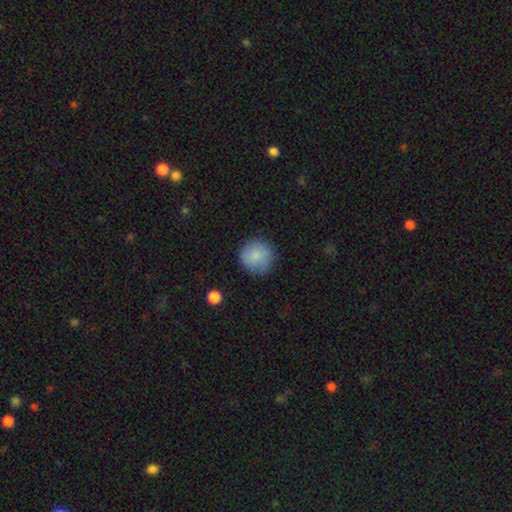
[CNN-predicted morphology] This appears to be a smooth galaxy with no disk features (85%) that is round (93%). Merging: none (81%).